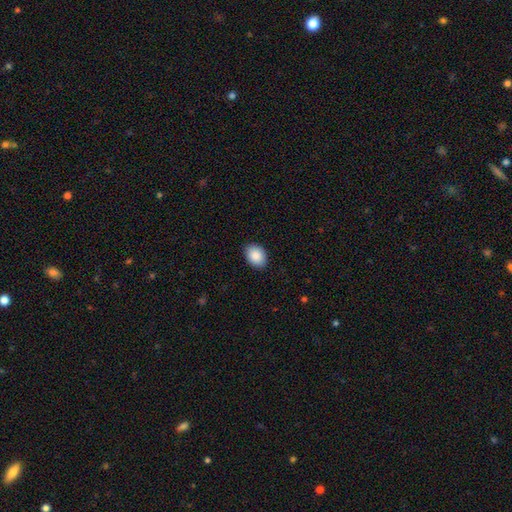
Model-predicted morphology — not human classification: A smooth galaxy with no disk features (89%) that is in between round and cigar-shaped (78%).

Vote fractions:
- Smooth or featured? smooth: 89% / star or artifact: 7% / featured or disk: 4%
- How rounded? in between: 78% / round: 21% / cigar-shaped: 1%
- Merging? none: 89% / minor disturbance: 8% / major disturbance: 2% / merger: 1%